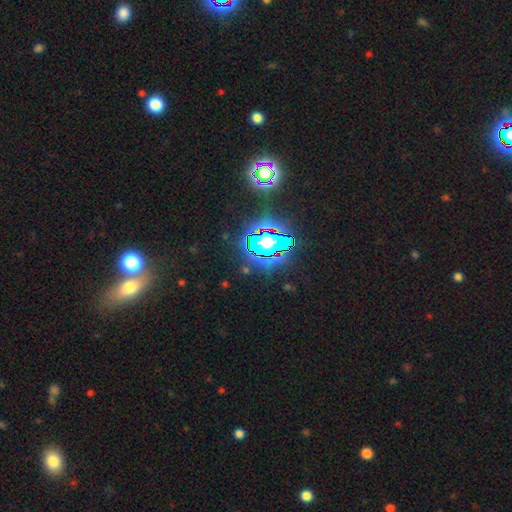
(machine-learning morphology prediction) This appears to be a star or artifact, not a galaxy (78%).